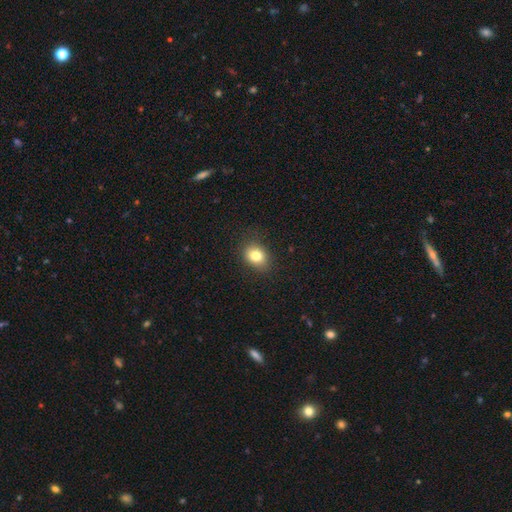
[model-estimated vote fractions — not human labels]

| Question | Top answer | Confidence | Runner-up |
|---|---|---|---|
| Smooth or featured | smooth | 80% | star or artifact (11%) |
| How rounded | in between | 55% | round (44%) |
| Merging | none | 85% | minor disturbance (11%) |